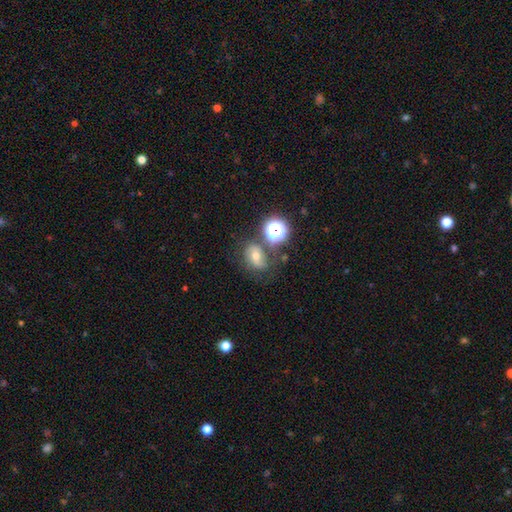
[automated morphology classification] smooth_or_featured: smooth (p=0.41) [alt: featured or disk p=0.35]
merging: none (p=0.57) [alt: minor disturbance p=0.19]